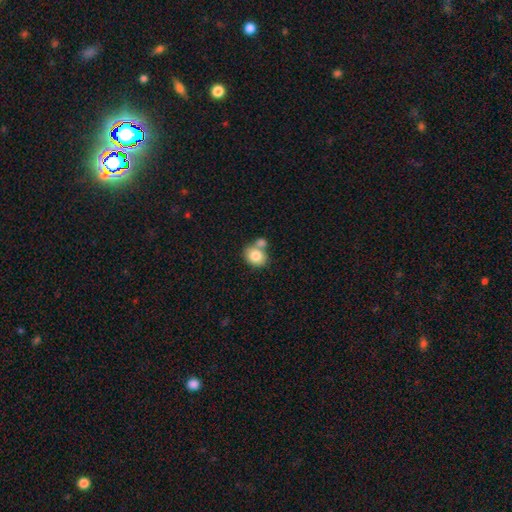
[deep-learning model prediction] The model was most divided on "merging": none: 46%, merger: 39%, minor disturbance: 11%, major disturbance: 3%. More confident: smooth or featured — smooth (81%); how rounded — round (55%).